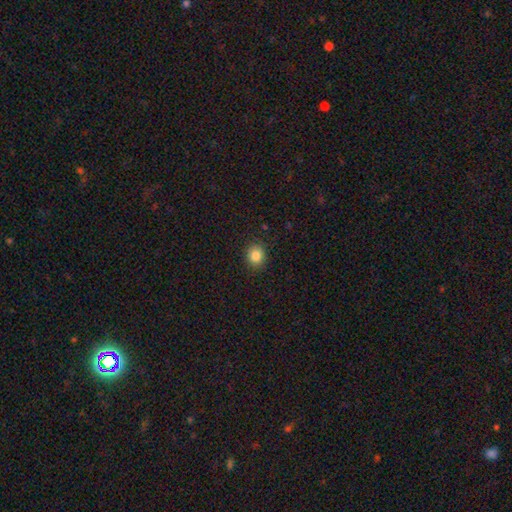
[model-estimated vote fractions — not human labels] A smooth galaxy with no disk features (84%) that is round (75%).

Vote fractions:
- Smooth or featured? smooth: 84% / star or artifact: 10% / featured or disk: 5%
- How rounded? round: 75% / in between: 24% / cigar-shaped: 1%
- Merging? none: 89% / minor disturbance: 7% / major disturbance: 2% / merger: 1%